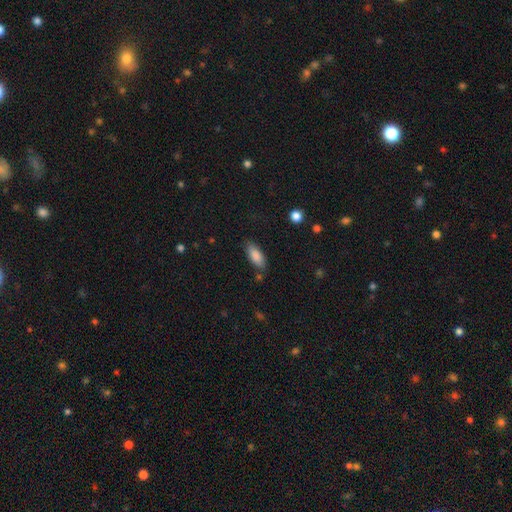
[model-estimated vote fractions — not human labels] Smooth or featured: smooth — 86% (featured or disk — 7%)
How rounded: in between — 80% (cigar-shaped — 18%)
Merging: none — 79% (minor disturbance — 14%)